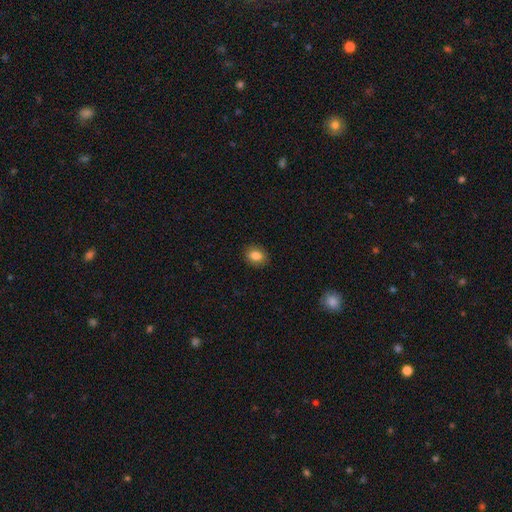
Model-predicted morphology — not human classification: smooth-or-featured: smooth: 85% | star or artifact: 9% | featured or disk: 6%
  how-rounded: in between: 62% | round: 36% | cigar-shaped: 1%
  merging: none: 88% | minor disturbance: 9% | major disturbance: 2% | merger: 1%